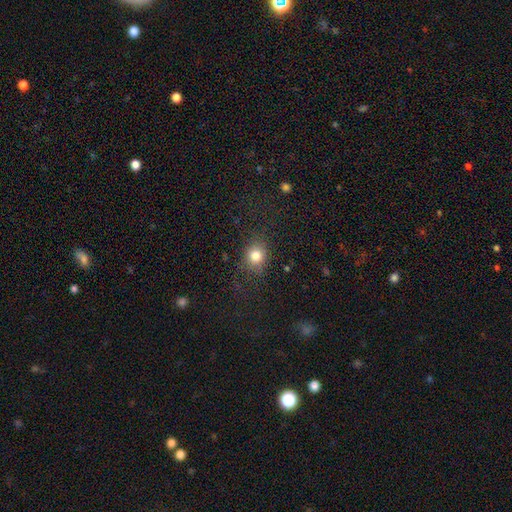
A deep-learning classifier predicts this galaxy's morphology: Q: Smooth or featured?
A: smooth (79%); runner-up: star or artifact (13%)
Q: How rounded?
A: round (74%); runner-up: in between (25%)
Q: Merging?
A: none (74%); runner-up: minor disturbance (15%)